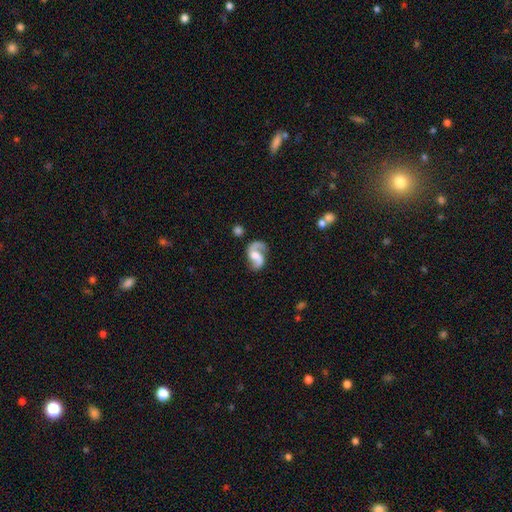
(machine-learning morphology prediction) A featured or disk galaxy (86%) with no bar (43%), 2 (86%) loose (47%) spiral arms (96%) and a moderate central bulge (43%). Merging: none (66%).